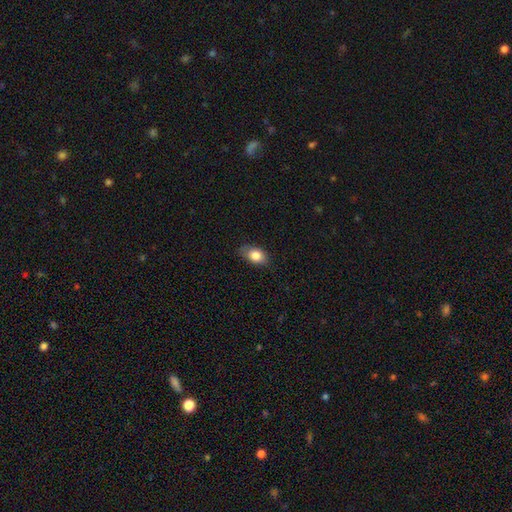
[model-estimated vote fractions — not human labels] A smooth galaxy with no disk features (82%) that is in between round and cigar-shaped (83%). Merging: none (76%).